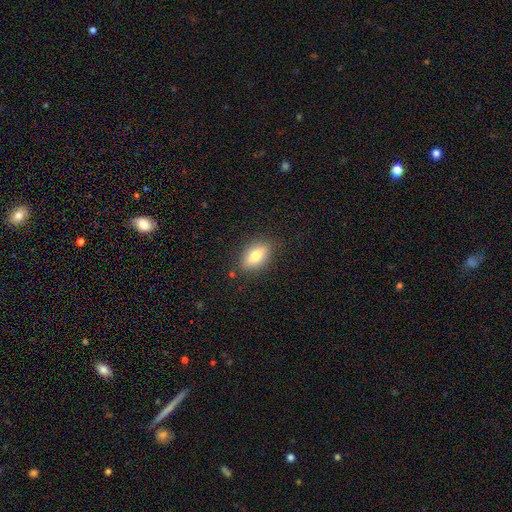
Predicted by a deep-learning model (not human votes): Smooth or featured? Predicted: smooth (p=0.67). How rounded? Predicted: in between (p=0.82). Merging? Predicted: none (p=0.84).